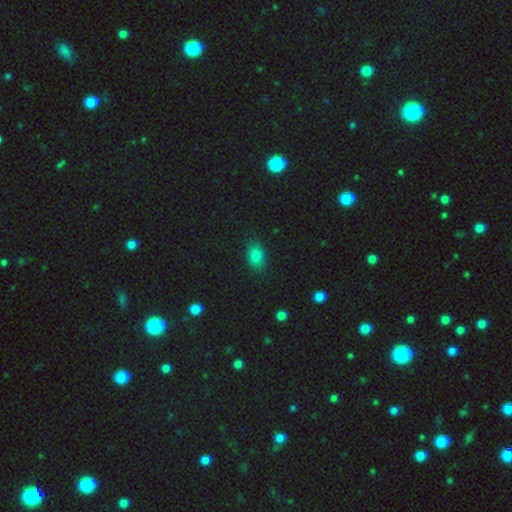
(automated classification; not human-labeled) Smooth or featured?
  - smooth: 81% *
  - star or artifact: 14%
  - featured or disk: 5%
How rounded?
  - in between: 83% *
  - round: 15%
  - cigar-shaped: 2%
Merging?
  - none: 83% *
  - minor disturbance: 12%
  - major disturbance: 3%
  - merger: 1%